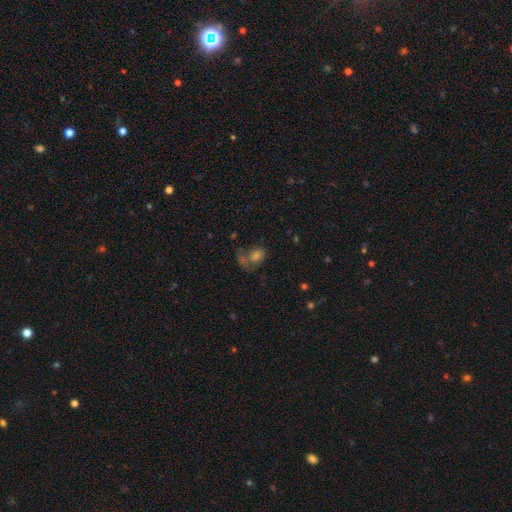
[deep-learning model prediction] smooth 50%, featured or disk 27%, star or artifact 23%. Down the decision tree: merging — none (34%).